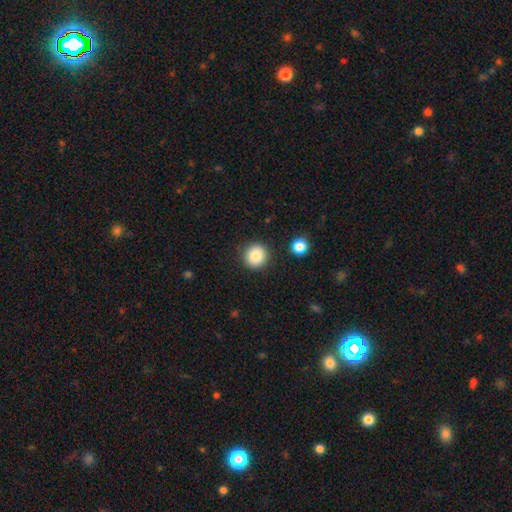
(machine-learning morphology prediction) smooth_or_featured: smooth (p=0.85) [alt: star or artifact p=0.10]
how_rounded: round (p=0.94) [alt: in between p=0.05]
merging: none (p=0.89) [alt: minor disturbance p=0.06]